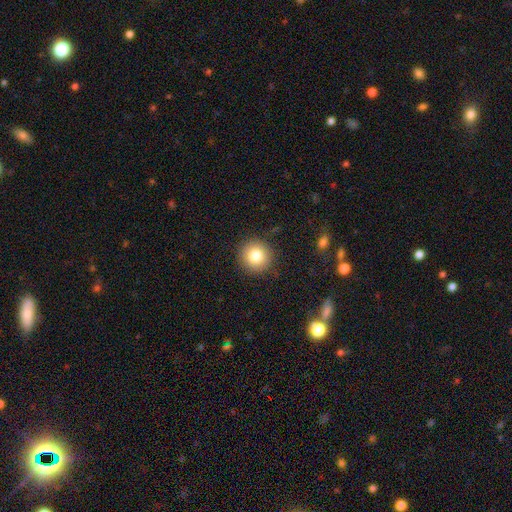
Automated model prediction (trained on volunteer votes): smooth 81%, star or artifact 10%, featured or disk 9%. Down the decision tree: how rounded — round (94%); merging — none (90%).